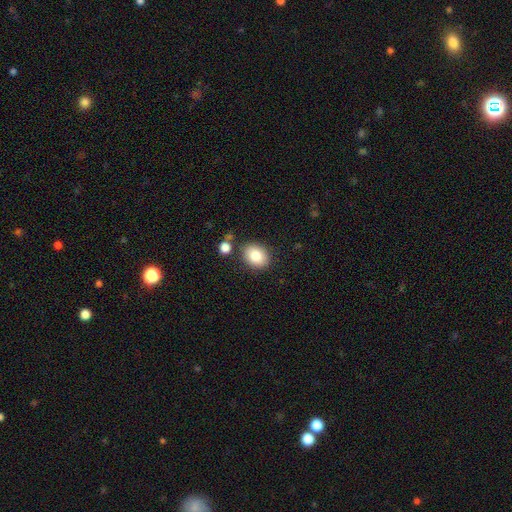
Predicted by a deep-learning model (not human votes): Smooth or featured: smooth — 83% (featured or disk — 9%)
How rounded: in between — 58% (round — 41%)
Merging: none — 80% (minor disturbance — 11%)